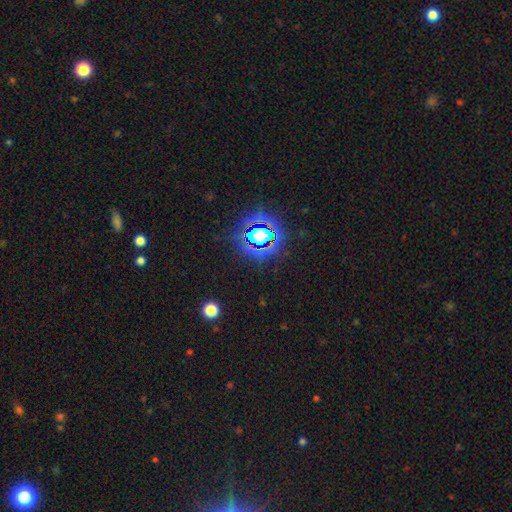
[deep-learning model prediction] Smooth or featured?
  - star or artifact: 77% *
  - smooth: 15%
  - featured or disk: 8%